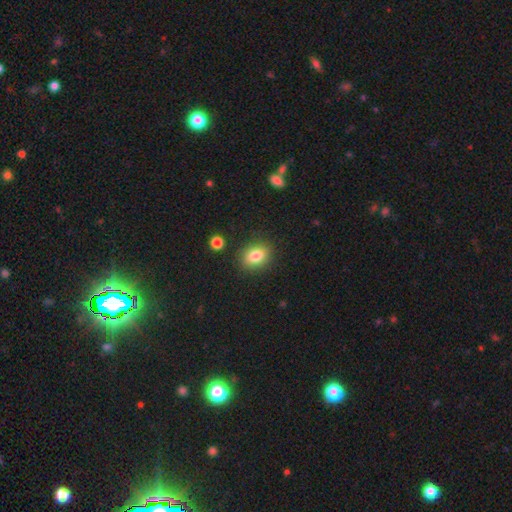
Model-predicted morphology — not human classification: Smooth or featured? Predicted: smooth (p=0.83). How rounded? Predicted: in between (p=0.70). Merging? Predicted: none (p=0.86).